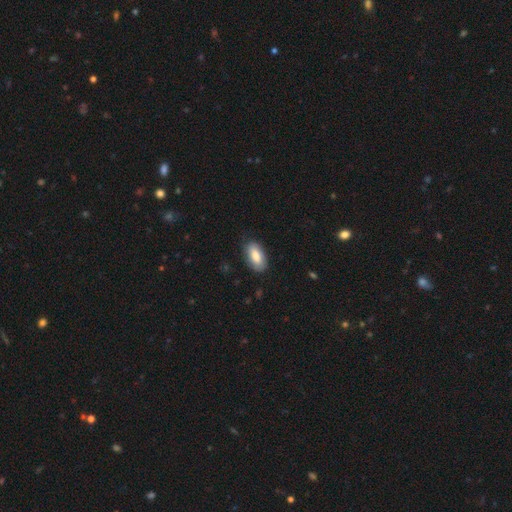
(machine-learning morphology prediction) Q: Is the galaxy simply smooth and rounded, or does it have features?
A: smooth — 81%.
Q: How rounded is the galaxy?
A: in between — 92%.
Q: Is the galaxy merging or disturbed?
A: none — 80%.